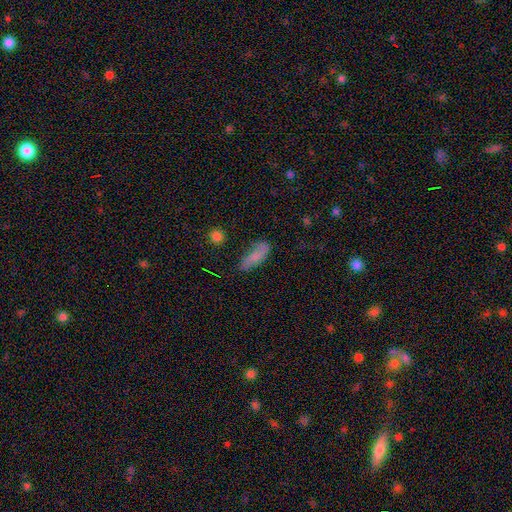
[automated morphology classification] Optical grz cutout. It shows a smooth galaxy with no disk features (69%) that is in between round and cigar-shaped (66%). Merging: none (56%).